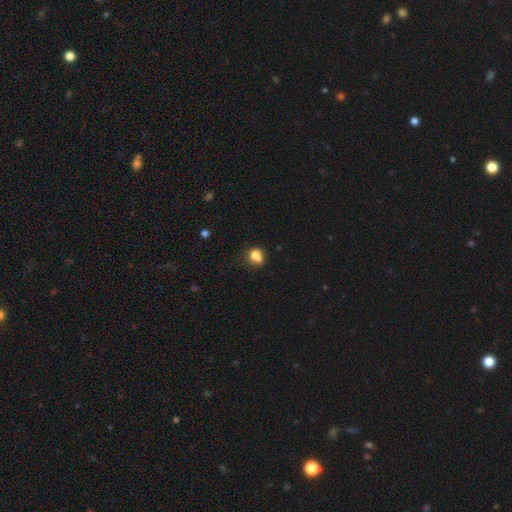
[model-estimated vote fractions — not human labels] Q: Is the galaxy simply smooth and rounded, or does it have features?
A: smooth — 82%.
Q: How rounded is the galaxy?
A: round — 54%.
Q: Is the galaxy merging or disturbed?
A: none — 54%.